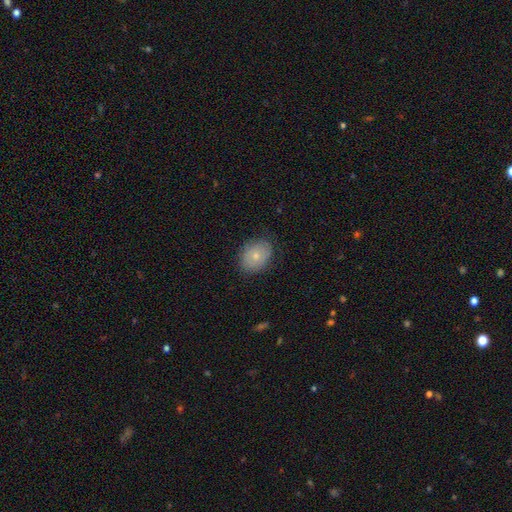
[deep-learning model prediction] The model was most divided on "how rounded": in between: 68%, round: 31%, cigar-shaped: 1%. More confident: merging — none (81%); smooth or featured — smooth (71%).